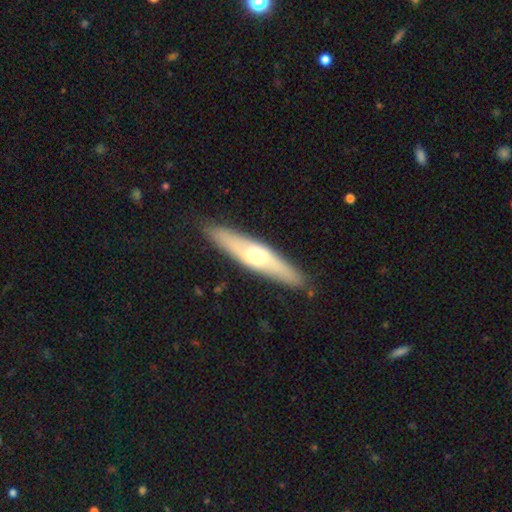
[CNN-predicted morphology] type=featured or disk (55%); edge-on=yes (70%); merging=none (88%).